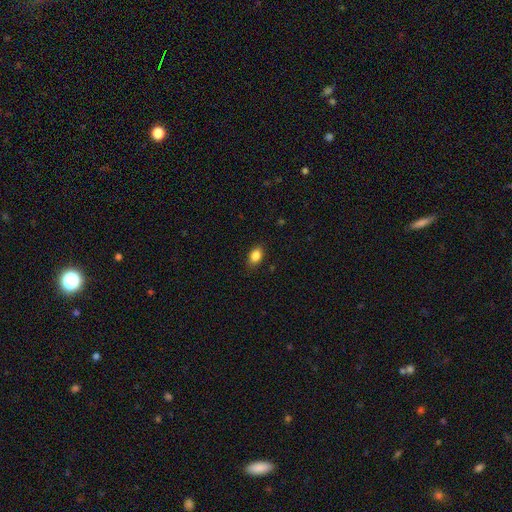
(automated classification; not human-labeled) smooth_or_featured: smooth (p=0.85) [alt: star or artifact p=0.09]
how_rounded: in between (p=0.82) [alt: round p=0.16]
merging: none (p=0.84) [alt: minor disturbance p=0.12]